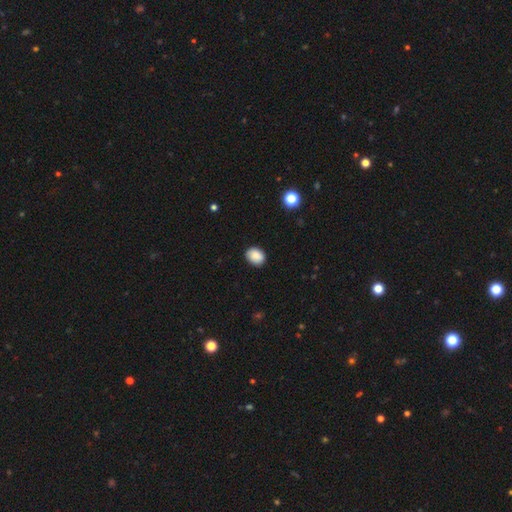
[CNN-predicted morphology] smooth-or-featured: smooth: 88% | star or artifact: 8% | featured or disk: 4%
  how-rounded: in between: 56% | round: 43% | cigar-shaped: 1%
  merging: none: 88% | minor disturbance: 9% | major disturbance: 2% | merger: 1%